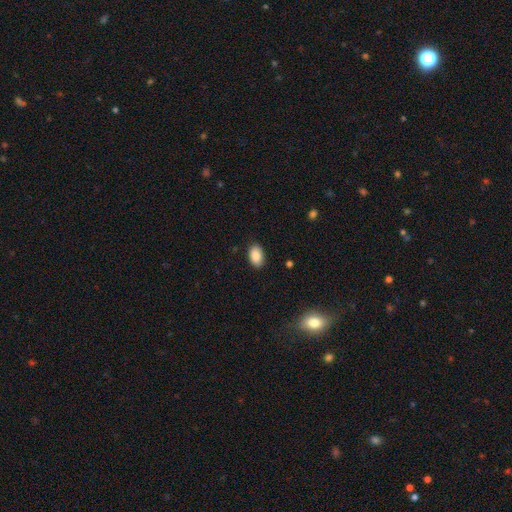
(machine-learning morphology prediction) Smooth or featured: smooth — 88% (star or artifact — 7%)
How rounded: in between — 91% (round — 7%)
Merging: none — 87% (minor disturbance — 10%)